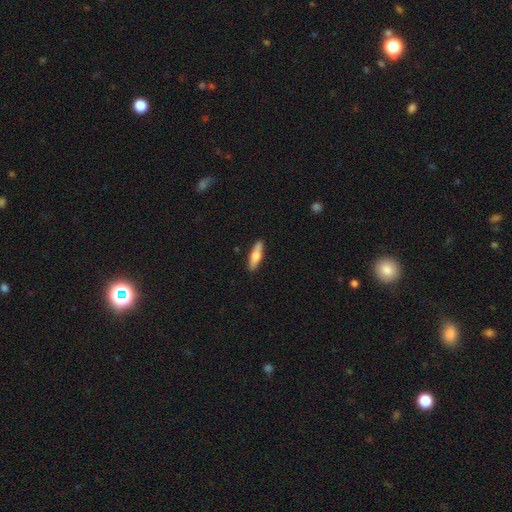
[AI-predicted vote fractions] smooth_or_featured: smooth (p=0.65) [alt: featured or disk p=0.30]
how_rounded: cigar-shaped (p=0.64) [alt: in between p=0.34]
merging: none (p=0.88) [alt: minor disturbance p=0.09]